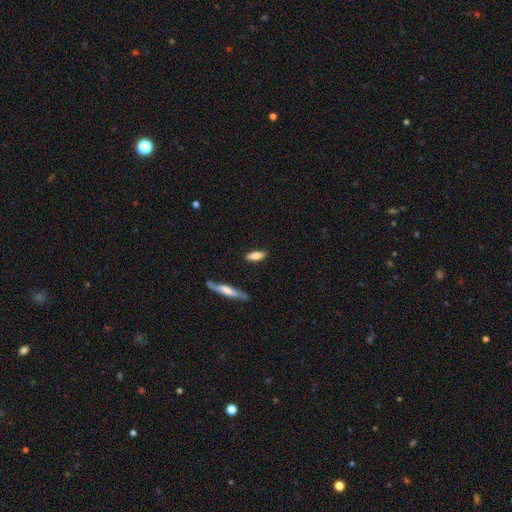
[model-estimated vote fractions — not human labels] Morphology: type=smooth (74%); roundness=in between (53%); merging=none (83%).